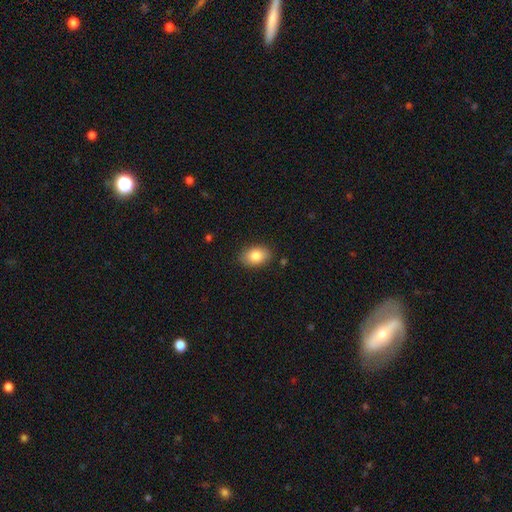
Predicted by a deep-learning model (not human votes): A smooth galaxy with no disk features (84%) that is in between round and cigar-shaped (86%).

Vote fractions:
- Smooth or featured? smooth: 84% / featured or disk: 9% / star or artifact: 7%
- How rounded? in between: 86% / round: 13% / cigar-shaped: 1%
- Merging? none: 86% / minor disturbance: 10% / major disturbance: 2% / merger: 1%